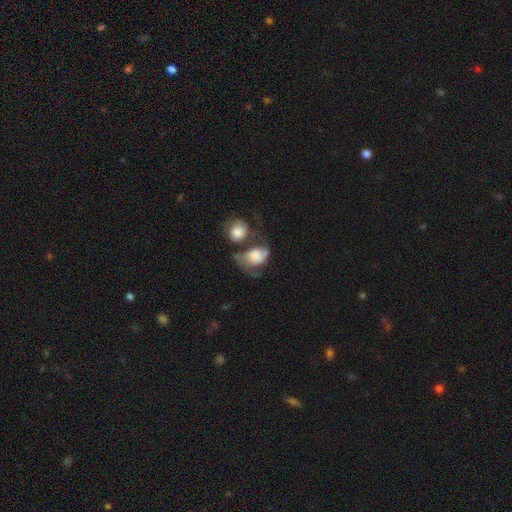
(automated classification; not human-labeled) A smooth galaxy with no disk features (57%) that is in between round and cigar-shaped (56%). Merging: merger (37%).